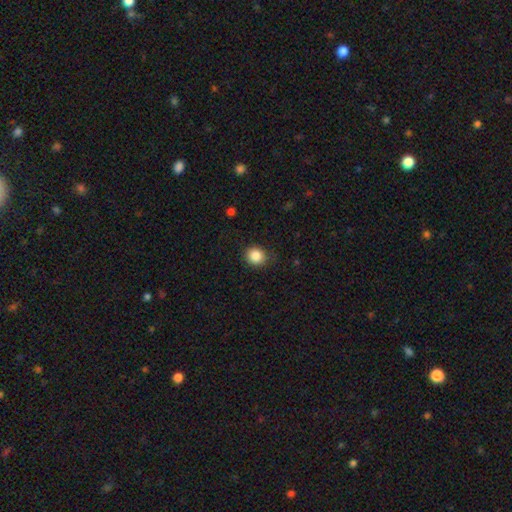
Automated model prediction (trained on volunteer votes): Morphology: type=smooth (86%); roundness=round (84%); merging=none (83%).